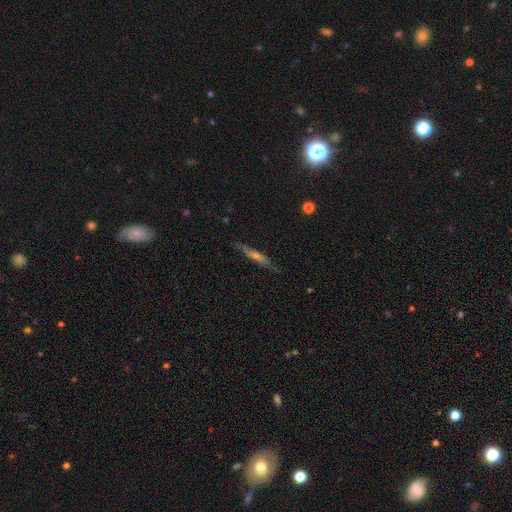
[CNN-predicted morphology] A featured or disk galaxy (65%) viewed edge-on (92%) with a rounded central bulge (60%). Merging: none (85%).